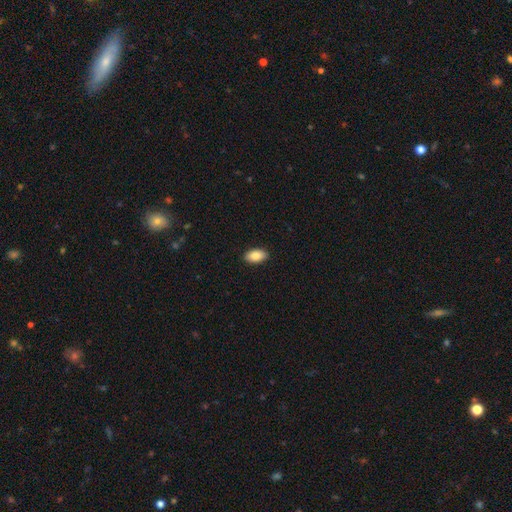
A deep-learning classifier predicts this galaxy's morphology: Overall: smooth (87%). How rounded: in between (94%). Merging: none (90%).